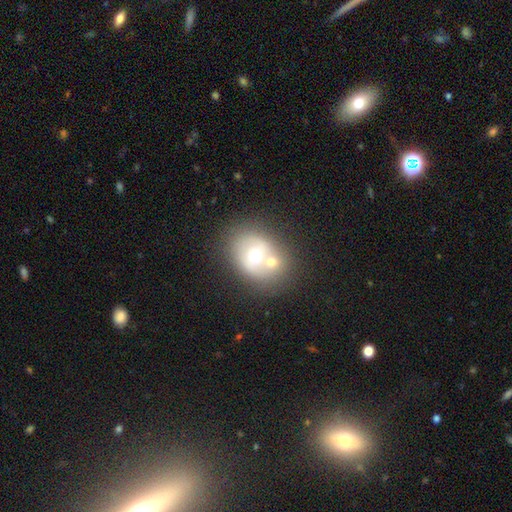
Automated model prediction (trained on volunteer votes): Morphology: type=smooth (56%); roundness=round (55%); merging=merger (46%).